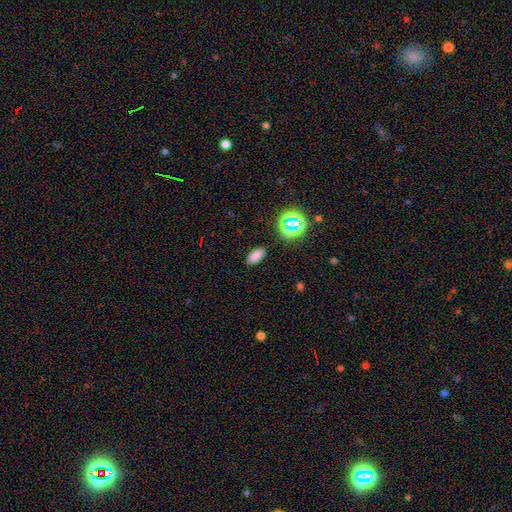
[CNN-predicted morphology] The model was most divided on "smooth or featured": smooth: 76%, star or artifact: 18%, featured or disk: 6%. More confident: how rounded — in between (89%); merging — none (87%).